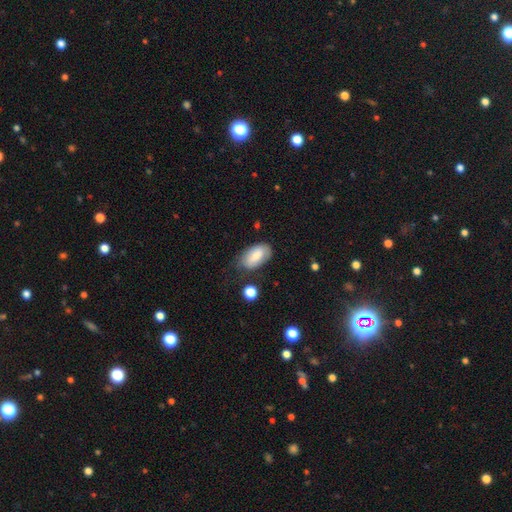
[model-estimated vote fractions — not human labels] Smooth or featured? Predicted: smooth (p=0.75). How rounded? Predicted: in between (p=0.94). Merging? Predicted: none (p=0.58).